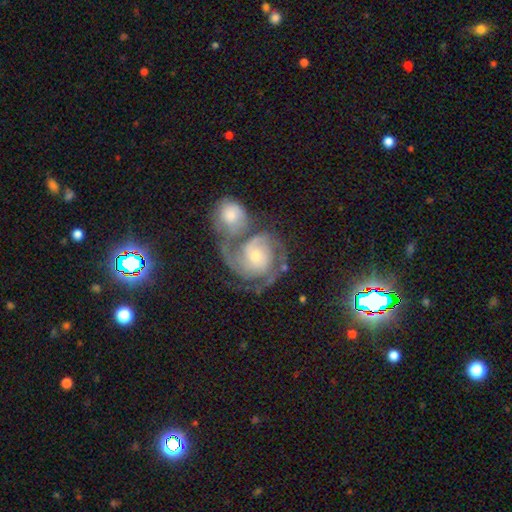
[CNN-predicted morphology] smooth_or_featured: featured or disk (p=0.86) [alt: smooth p=0.07]
disk_edge_on: no (p=0.98) [alt: yes p=0.02]
bar: no (p=0.68) [alt: weak p=0.25]
has_spiral_arms: yes (p=0.97) [alt: no p=0.03]
spiral_winding: tight (p=0.51) [alt: medium p=0.41]
spiral_arm_count: 2 (p=0.53) [alt: 3 p=0.23]
bulge_size: small (p=0.50) [alt: moderate p=0.43]
merging: merger (p=0.48) [alt: none p=0.33]